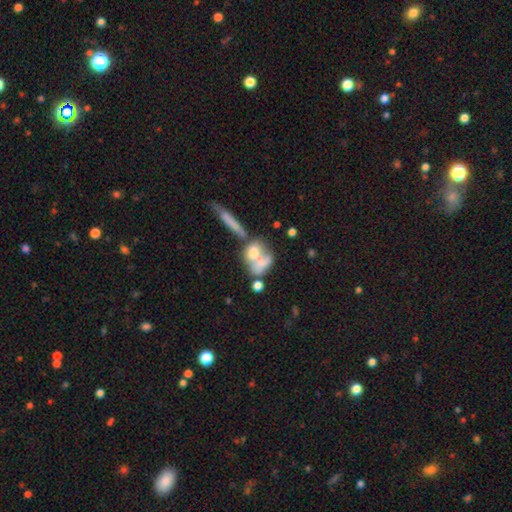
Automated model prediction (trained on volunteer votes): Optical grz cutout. It shows a smooth galaxy with no disk features (53%) that is in between round and cigar-shaped (57%). Merging: merger (49%).